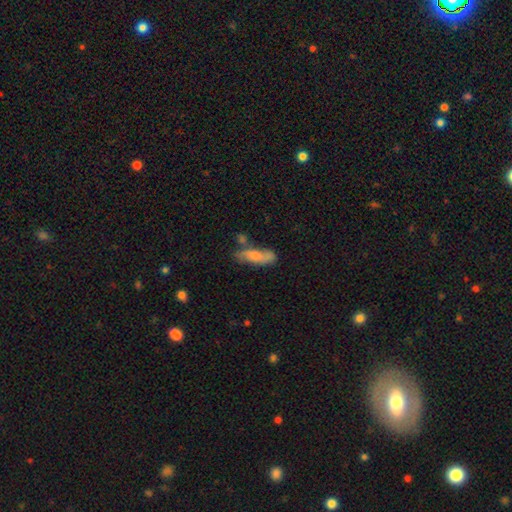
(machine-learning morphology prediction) This is likely a smooth galaxy (68%). How rounded: possibly in between (51%). Merging: possibly none (48%).